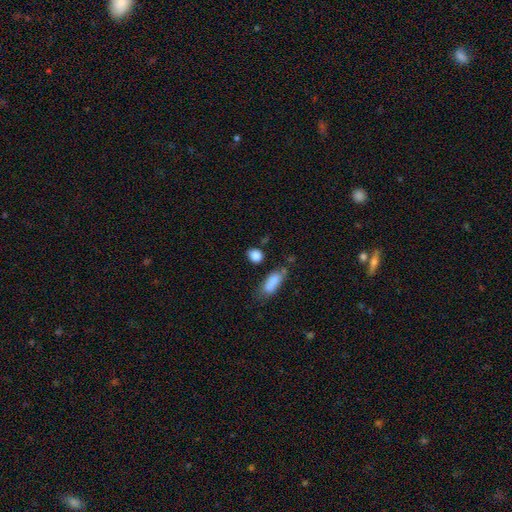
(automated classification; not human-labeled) Q: Smooth or featured?
A: smooth (86%); runner-up: star or artifact (9%)
Q: How rounded?
A: round (52%); runner-up: in between (44%)
Q: Merging?
A: none (71%); runner-up: minor disturbance (16%)